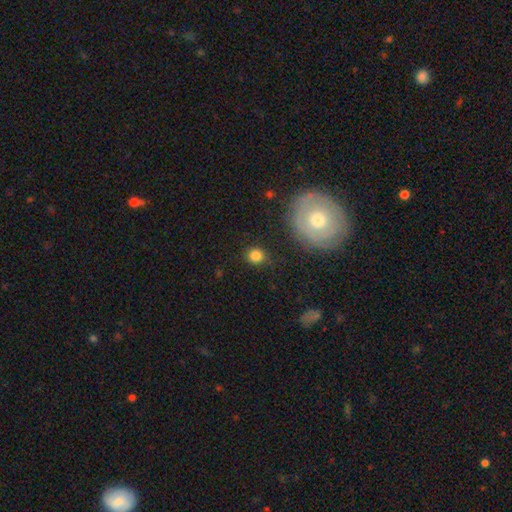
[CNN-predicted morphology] A smooth galaxy with no disk features (83%) that is round (86%).

Vote fractions:
- Smooth or featured? smooth: 83% / star or artifact: 11% / featured or disk: 6%
- How rounded? round: 86% / in between: 13% / cigar-shaped: 1%
- Merging? none: 86% / minor disturbance: 9% / major disturbance: 3% / merger: 2%